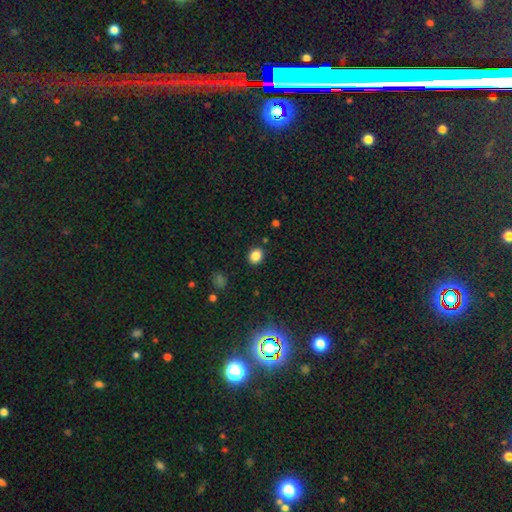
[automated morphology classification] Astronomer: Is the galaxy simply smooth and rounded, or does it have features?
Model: smooth — 84%.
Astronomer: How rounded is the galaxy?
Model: round — 62%.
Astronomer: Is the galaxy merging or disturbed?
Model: none — 88%.